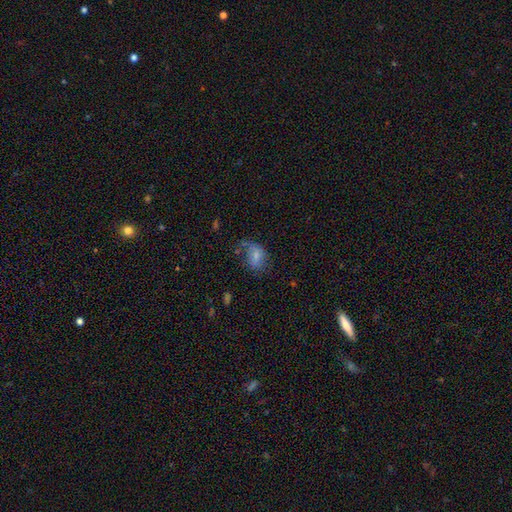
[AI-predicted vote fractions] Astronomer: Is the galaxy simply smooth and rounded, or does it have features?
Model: smooth — 63%.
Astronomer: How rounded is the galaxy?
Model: in between — 81%.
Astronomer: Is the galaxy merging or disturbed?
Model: none — 40% (runner-up: minor disturbance, 30%).